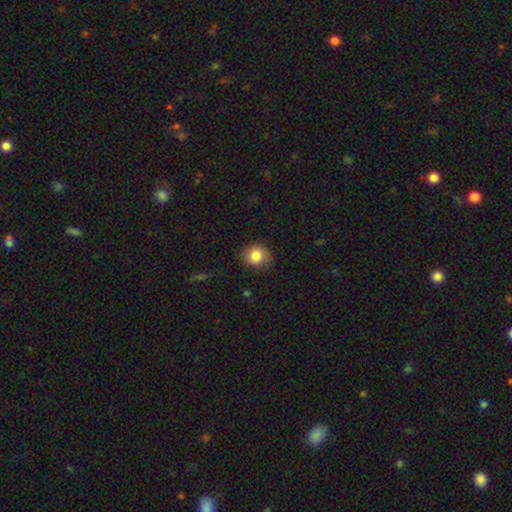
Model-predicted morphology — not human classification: This is clearly a smooth galaxy (84%). How rounded: likely round (78%). Merging: clearly none (83%).